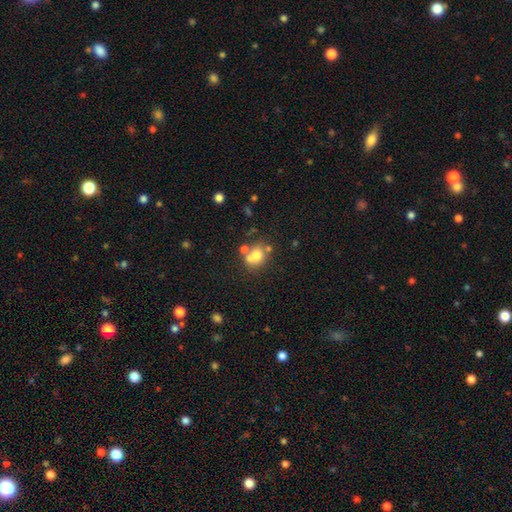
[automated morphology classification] This appears to be a smooth galaxy with no disk features (67%) that is round (69%). Merging: none (47%).